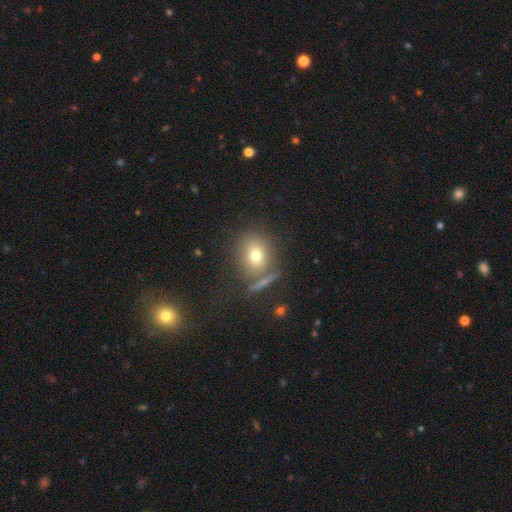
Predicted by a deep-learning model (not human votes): The model was most divided on "how rounded": round: 68%, in between: 30%, cigar-shaped: 2%. More confident: smooth or featured — smooth (71%); merging — none (69%).